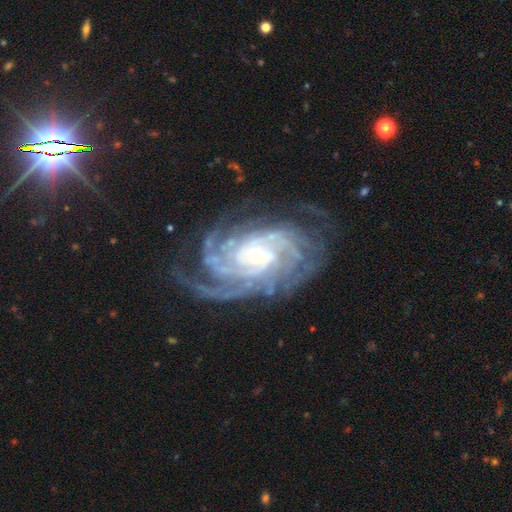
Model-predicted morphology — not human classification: type=featured or disk (92%); edge-on=no (97%); bar=no (69%); spiral arms=yes (98%); winding=tight (72%); arm count=4 (28%); bulge=small (67%); merging=none (72%).